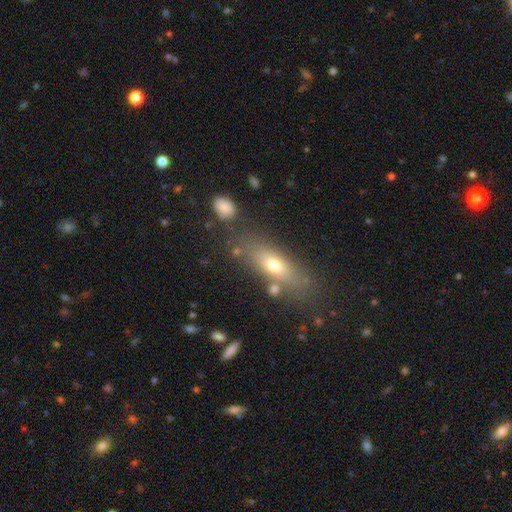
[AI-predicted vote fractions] smooth_or_featured: smooth (p=0.50) [alt: featured or disk p=0.33]
merging: none (p=0.70) [alt: minor disturbance p=0.15]